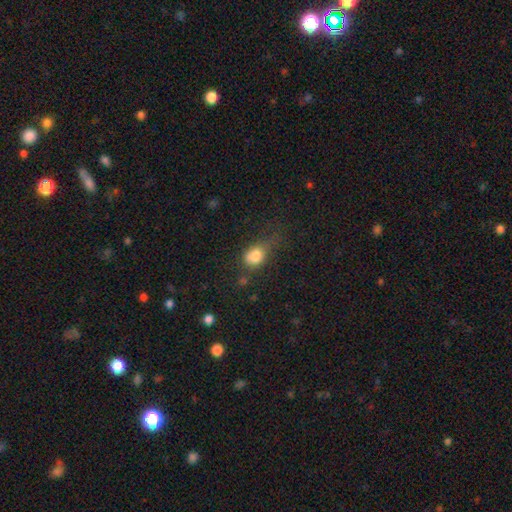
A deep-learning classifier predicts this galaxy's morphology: This is clearly a smooth galaxy (80%). How rounded: likely in between (63%). Merging: marginally none (38%).